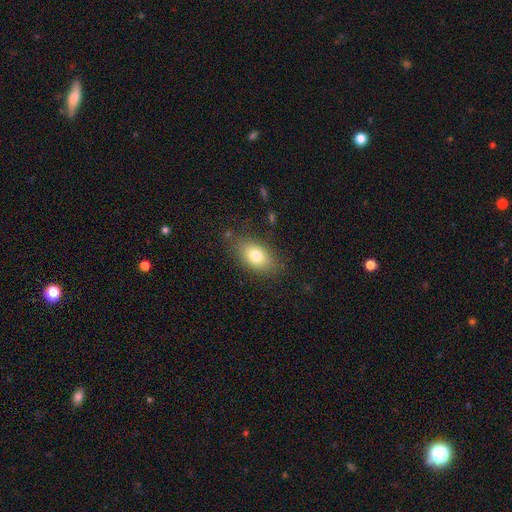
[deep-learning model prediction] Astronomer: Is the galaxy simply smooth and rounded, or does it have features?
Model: smooth — 78%.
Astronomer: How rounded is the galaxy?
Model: in between — 87%.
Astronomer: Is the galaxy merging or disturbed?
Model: none — 79%.